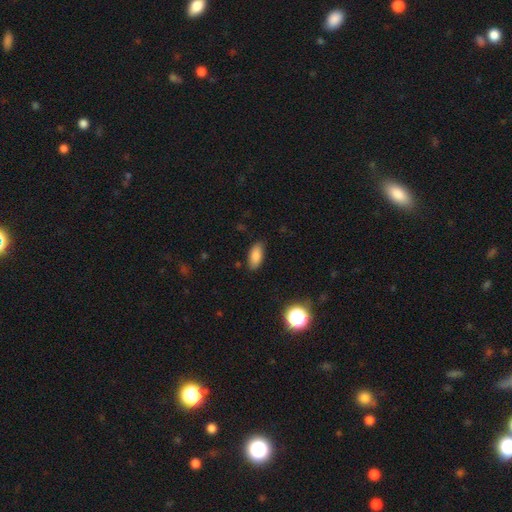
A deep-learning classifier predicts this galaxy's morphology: smooth_or_featured: smooth (p=0.84) [alt: star or artifact p=0.09]
how_rounded: in between (p=0.85) [alt: cigar-shaped p=0.11]
merging: none (p=0.85) [alt: minor disturbance p=0.11]